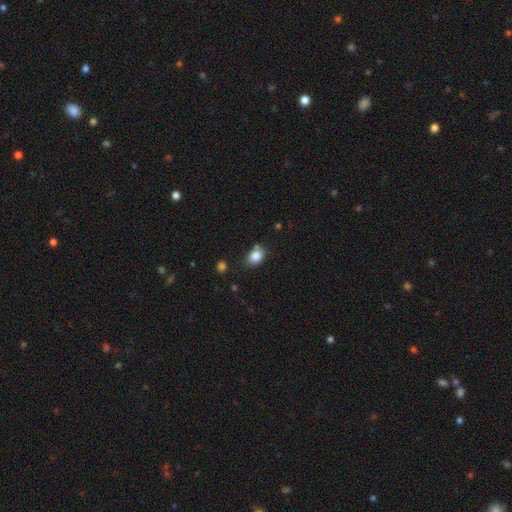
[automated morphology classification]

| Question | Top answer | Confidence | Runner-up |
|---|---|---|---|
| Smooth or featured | smooth | 85% | star or artifact (9%) |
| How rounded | in between | 61% | round (38%) |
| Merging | none | 70% | minor disturbance (21%) |